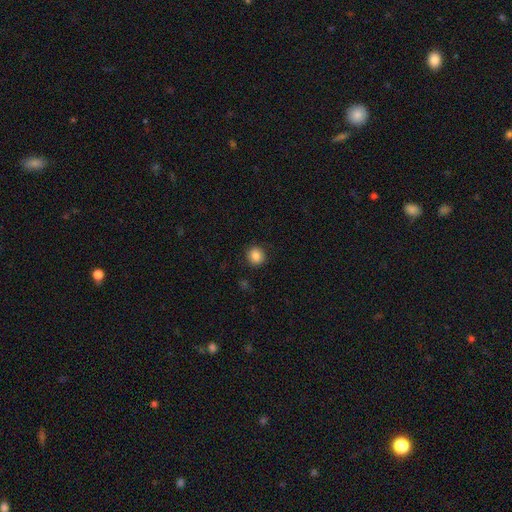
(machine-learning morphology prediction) This appears to be a smooth galaxy with no disk features (84%) that is round (91%). Merging: none (90%).